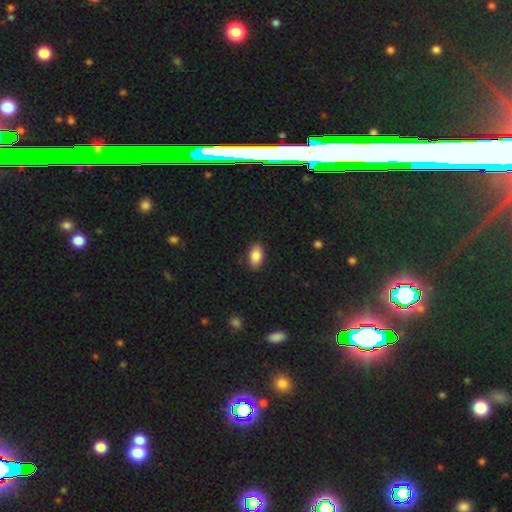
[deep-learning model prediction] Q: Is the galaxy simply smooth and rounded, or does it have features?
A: smooth — 87%.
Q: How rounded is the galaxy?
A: in between — 93%.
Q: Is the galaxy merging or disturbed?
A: none — 87%.